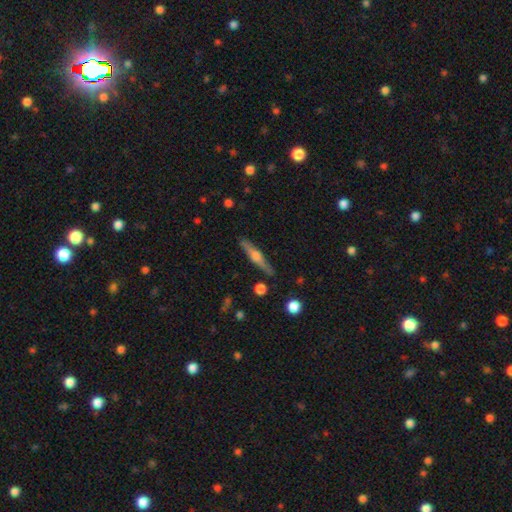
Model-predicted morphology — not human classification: Smooth or featured? Predicted: featured or disk (p=0.66). Edge-on disk? Predicted: yes (p=0.97). Edge-on bulge? Predicted: rounded (p=0.86). Merging? Predicted: none (p=0.89).